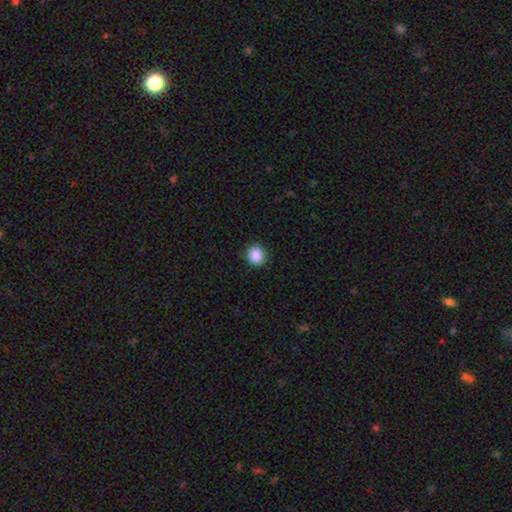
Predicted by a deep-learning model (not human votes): Morphology: type=smooth (87%); roundness=round (87%); merging=none (90%).